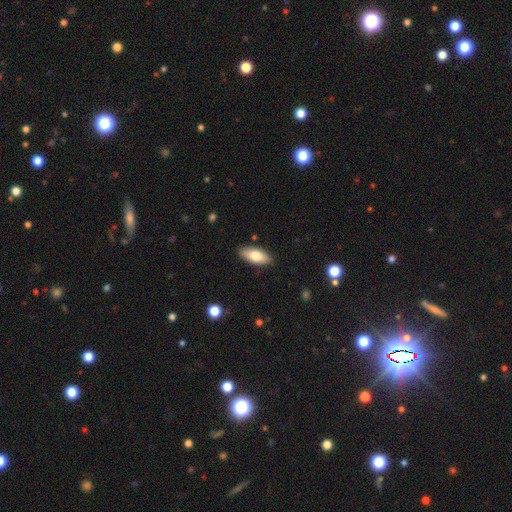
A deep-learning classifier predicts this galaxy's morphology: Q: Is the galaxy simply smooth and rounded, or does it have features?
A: smooth — 78%.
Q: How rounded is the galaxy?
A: in between — 84%.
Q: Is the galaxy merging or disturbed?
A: none — 88%.